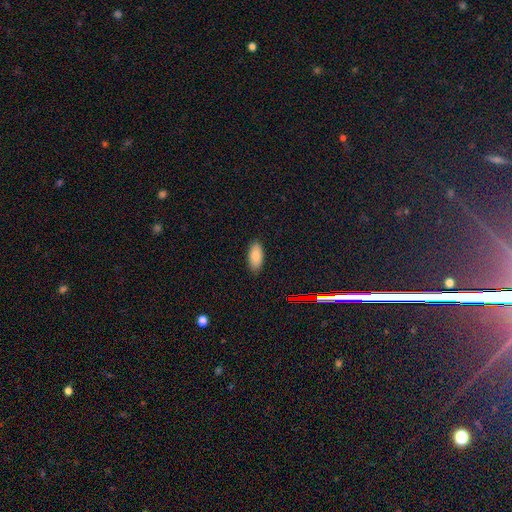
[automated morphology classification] Smooth or featured? smooth (86%)
How rounded? in between (90%)
Merging? none (88%)